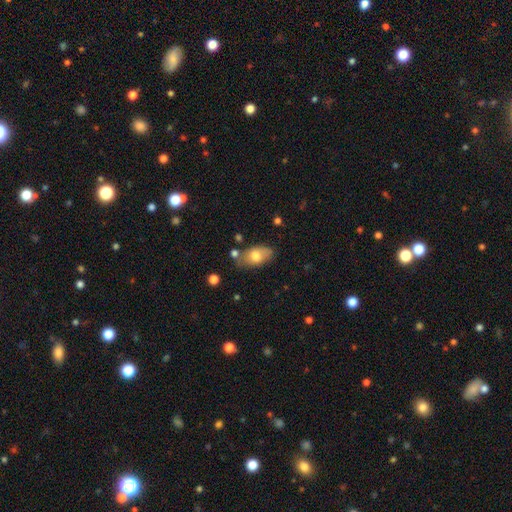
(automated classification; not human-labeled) smooth-or-featured: smooth: 70% | featured or disk: 23% | star or artifact: 7%
  how-rounded: in between: 90% | round: 7% | cigar-shaped: 3%
  merging: none: 61% | minor disturbance: 24% | merger: 8% | major disturbance: 6%